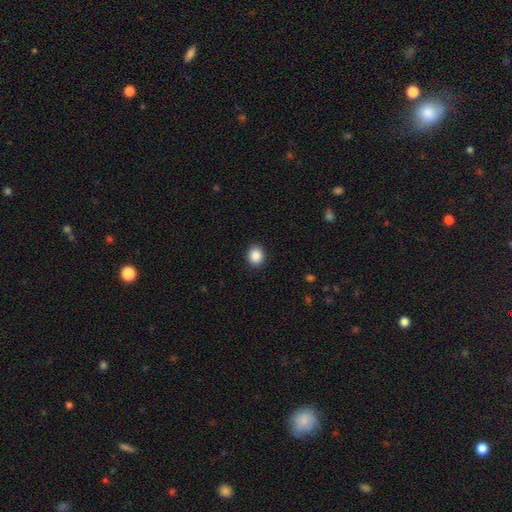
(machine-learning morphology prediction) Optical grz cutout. It shows a smooth galaxy with no disk features (88%) that is round (70%). Merging: none (91%).